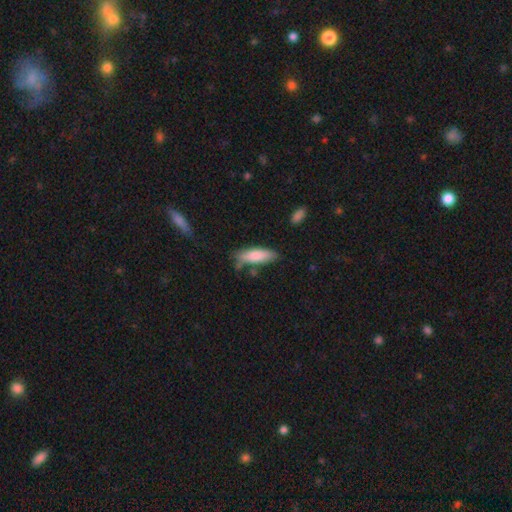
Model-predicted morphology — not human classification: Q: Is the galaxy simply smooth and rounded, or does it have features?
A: smooth — 81%.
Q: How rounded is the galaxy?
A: in between — 50%.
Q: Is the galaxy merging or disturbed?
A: none — 64%.